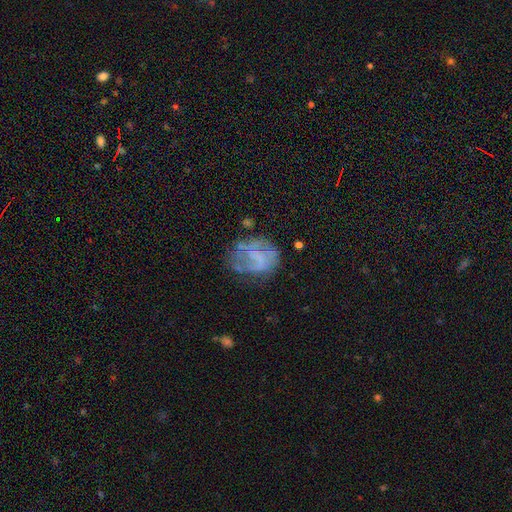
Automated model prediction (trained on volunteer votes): The model was most divided on "bar": no: 56%, weak: 32%, strong: 12%. More confident: edge-on disk — no (98%); bulge size — none (68%); spiral arms — yes (67%); smooth or featured — featured or disk (66%); merging — none (56%).